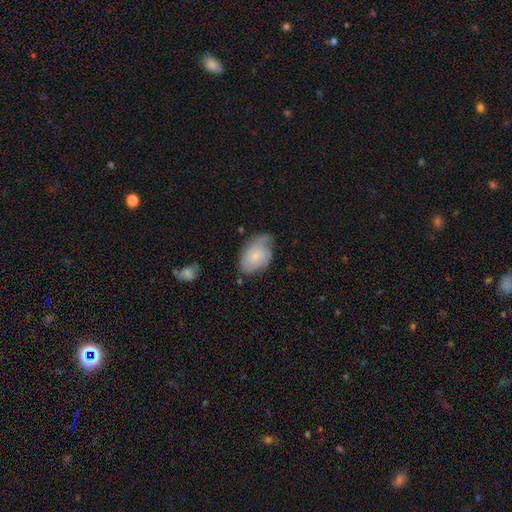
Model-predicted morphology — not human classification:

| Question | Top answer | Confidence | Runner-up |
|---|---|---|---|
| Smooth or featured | smooth | 50% | featured or disk (44%) |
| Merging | none | 51% | minor disturbance (34%) |